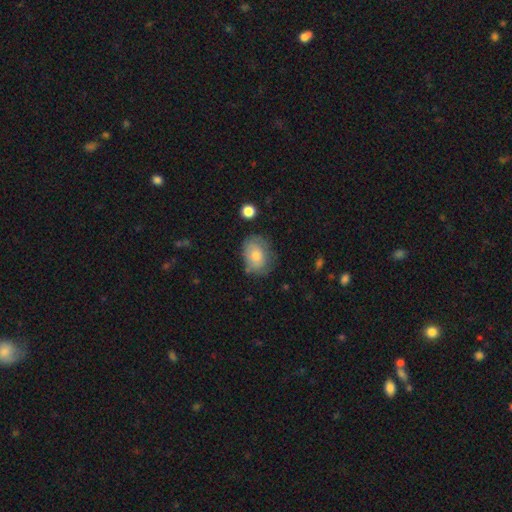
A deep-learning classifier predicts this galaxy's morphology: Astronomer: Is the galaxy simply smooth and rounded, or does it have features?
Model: smooth — 70%.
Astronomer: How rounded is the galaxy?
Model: in between — 69%.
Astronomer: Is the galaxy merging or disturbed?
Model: none — 65%.